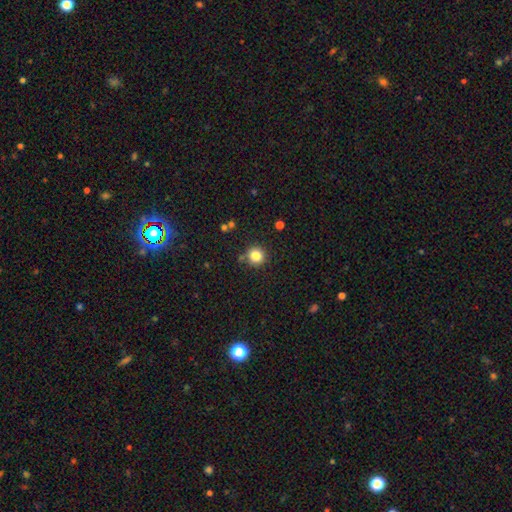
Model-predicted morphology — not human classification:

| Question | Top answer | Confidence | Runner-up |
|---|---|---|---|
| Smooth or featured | smooth | 83% | star or artifact (12%) |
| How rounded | round | 94% | in between (5%) |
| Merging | none | 86% | minor disturbance (7%) |